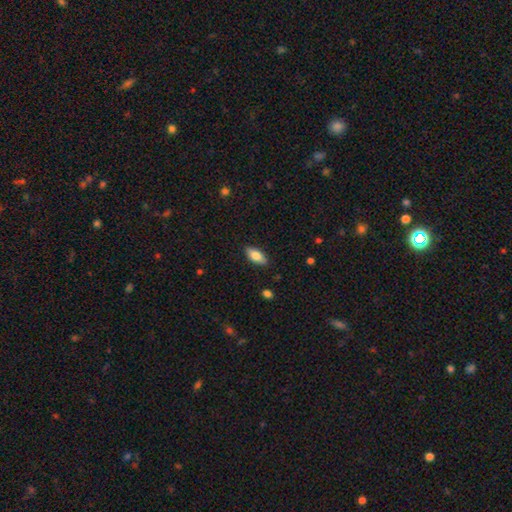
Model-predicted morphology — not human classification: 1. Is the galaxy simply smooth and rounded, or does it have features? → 77% smooth, 16% featured or disk, 7% star or artifact.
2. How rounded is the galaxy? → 84% in between, 13% cigar-shaped, 3% round.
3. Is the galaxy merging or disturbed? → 87% none, 10% minor disturbance, 2% major disturbance, 1% merger.